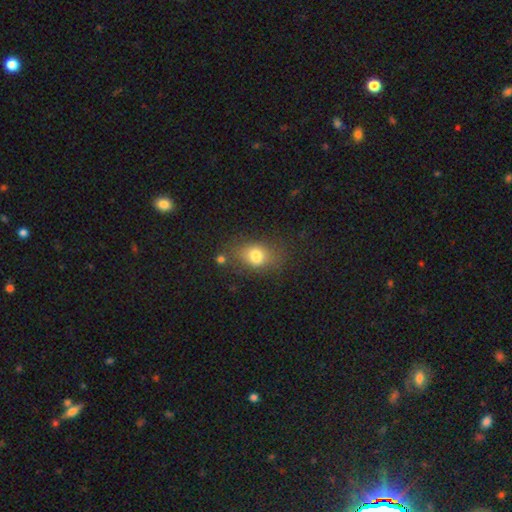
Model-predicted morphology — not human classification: Smooth or featured? smooth (75%)
How rounded? in between (70%)
Merging? none (59%)